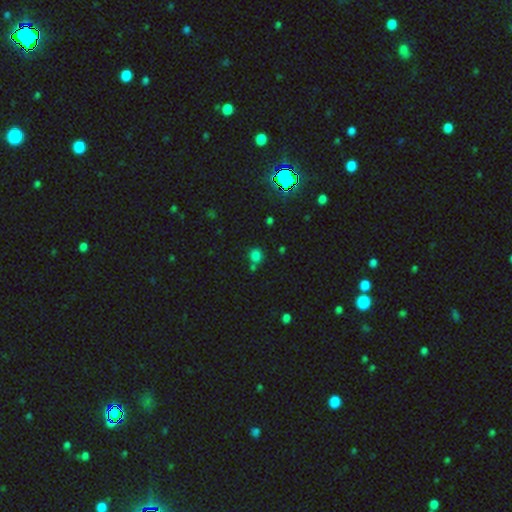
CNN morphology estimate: smooth 69%, star or artifact 25%, featured or disk 5%. Down the decision tree: how rounded — round (86%); merging — none (66%).